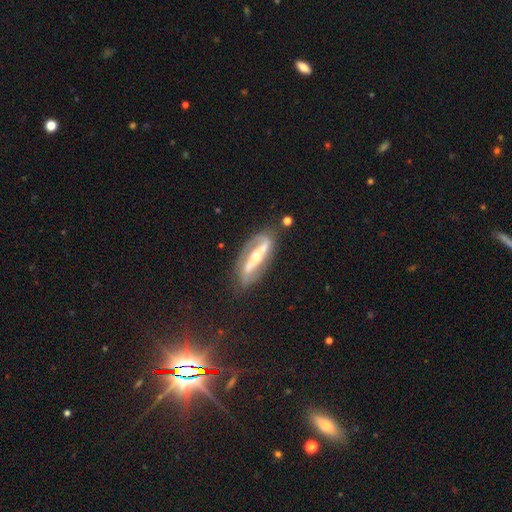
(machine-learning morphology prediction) smooth-or-featured: featured or disk: 85% | smooth: 10% | star or artifact: 5%
  disk-edge-on: no: 77% | yes: 23%
    bar: strong: 72% | weak: 14% | no: 14%
    has-spiral-arms: yes: 84% | no: 16%
      spiral-winding: loose: 39% | medium: 38% | tight: 23%
      spiral-arm-count: 2: 85% | can't tell: 6% | 1: 6% | 3: 1% | 4: 1% | more than 4: 1%
    bulge-size: moderate: 62% | small: 30% | large: 5% | none: 1% | dominant: 1%
  merging: none: 69% | minor disturbance: 19% | major disturbance: 10% | merger: 3%